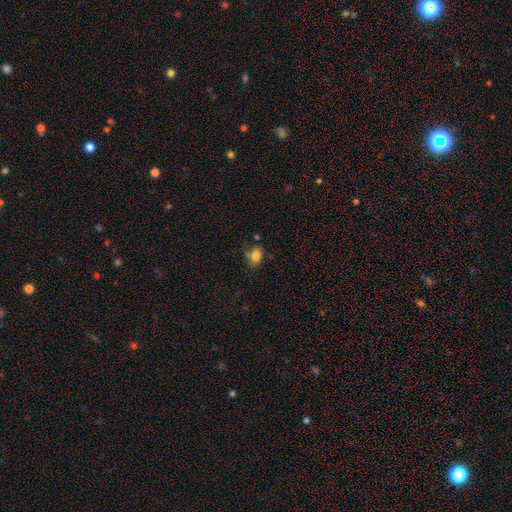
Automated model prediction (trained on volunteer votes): This appears to be a smooth galaxy with no disk features (79%) that is in between round and cigar-shaped (75%). Merging: none (57%).